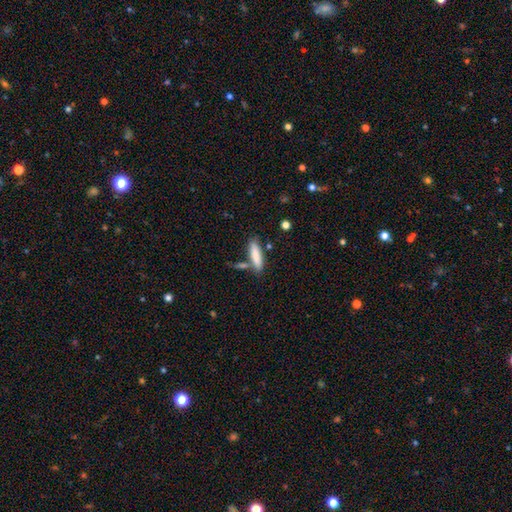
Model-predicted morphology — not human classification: Smooth or featured? Predicted: smooth (p=0.83). How rounded? Predicted: cigar-shaped (p=0.68). Merging? Predicted: none (p=0.69).